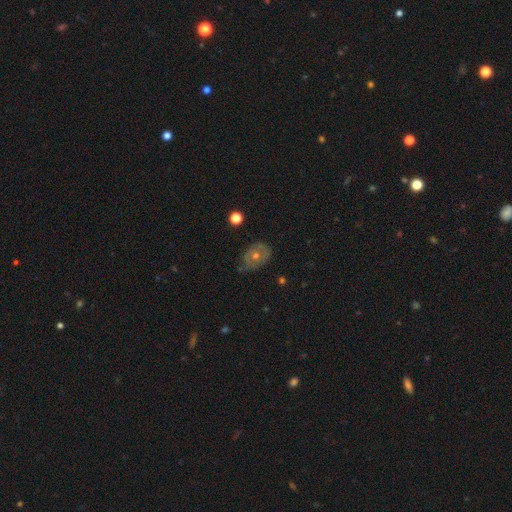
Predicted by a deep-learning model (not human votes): Smooth or featured? Predicted: featured or disk (p=0.52). Edge-on disk? Predicted: no (p=0.94). Merging? Predicted: none (p=0.67).